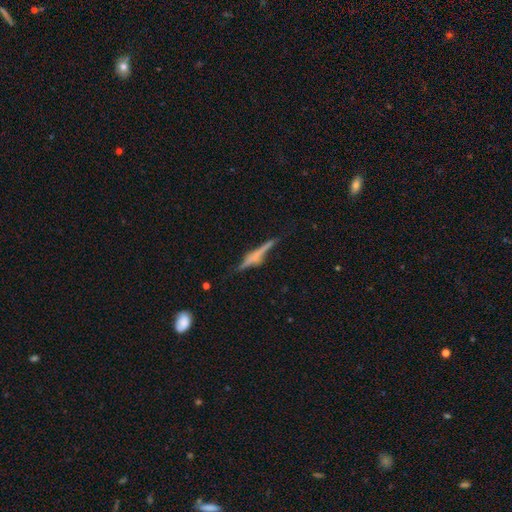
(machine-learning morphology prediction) type=featured or disk (67%); edge-on=yes (96%); edge-on bulge=rounded (43%); merging=none (75%).